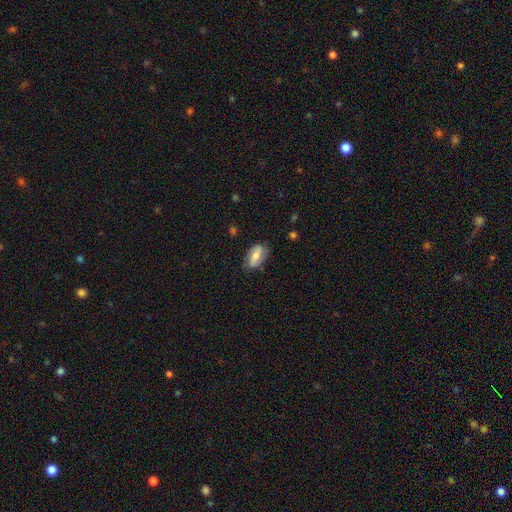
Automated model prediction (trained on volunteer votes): Smooth or featured? Predicted: smooth (p=0.56). How rounded? Predicted: in between (p=0.89). Merging? Predicted: none (p=0.77).